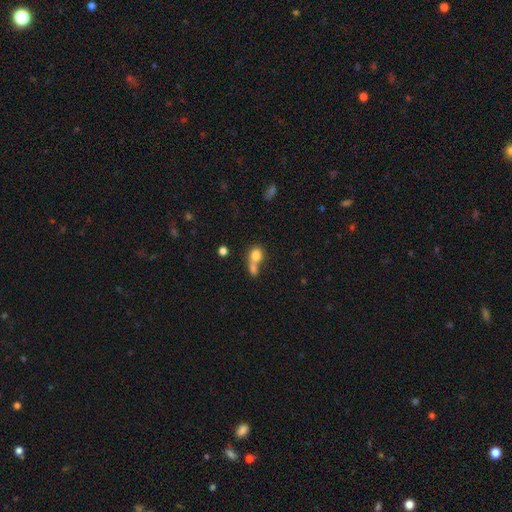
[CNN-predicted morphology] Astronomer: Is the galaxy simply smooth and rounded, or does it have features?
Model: smooth — 77%.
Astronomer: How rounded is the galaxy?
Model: round — 54% (runner-up: in between, 43%).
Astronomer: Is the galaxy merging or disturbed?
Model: merger — 60%.